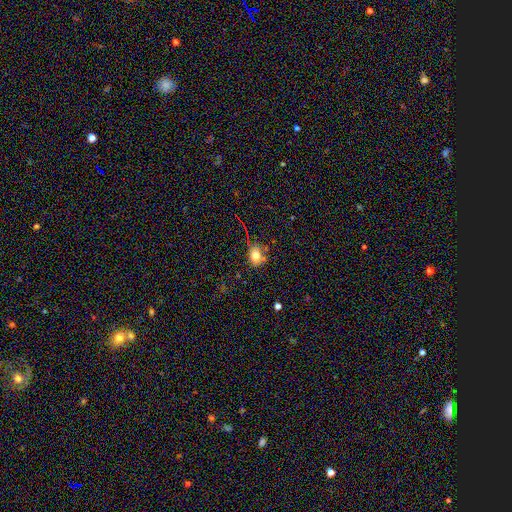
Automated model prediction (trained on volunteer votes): This is likely a smooth galaxy (76%). How rounded: possibly round (51%). Merging: likely none (68%).